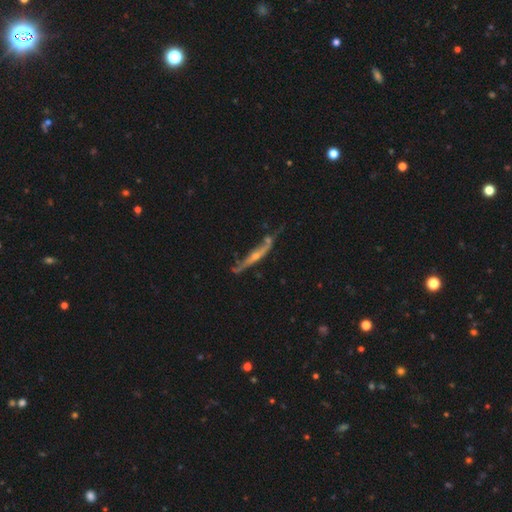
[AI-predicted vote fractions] Overall: featured or disk (76%). Edge-on disk: yes (86%). Edge-on bulge: rounded (77%). Merging: none (54%; minor disturbance 27%).